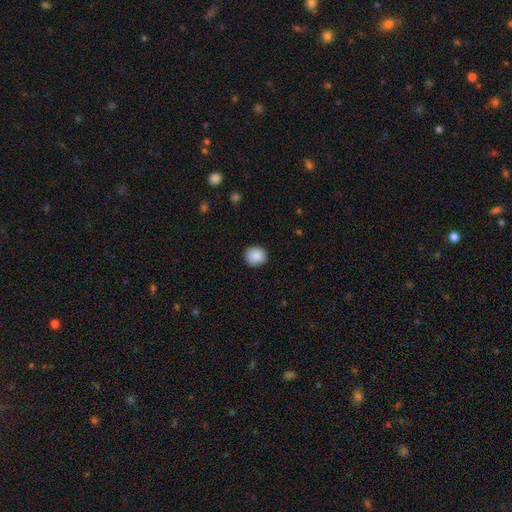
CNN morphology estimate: Overall: smooth (90%). How rounded: round (90%). Merging: none (91%).